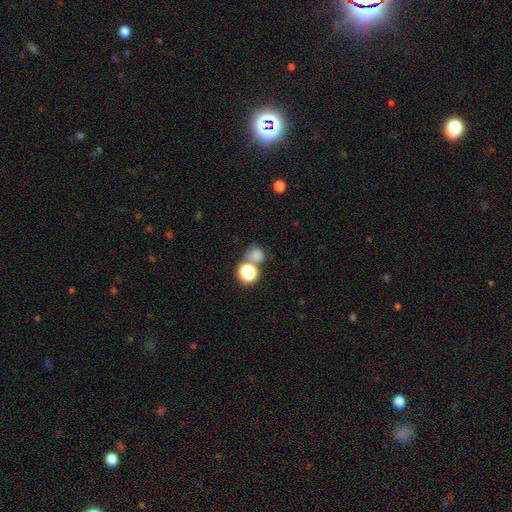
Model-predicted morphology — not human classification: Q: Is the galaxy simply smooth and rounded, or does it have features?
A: smooth — 72%.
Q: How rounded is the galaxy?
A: round — 81%.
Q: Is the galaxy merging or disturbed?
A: none — 53%.